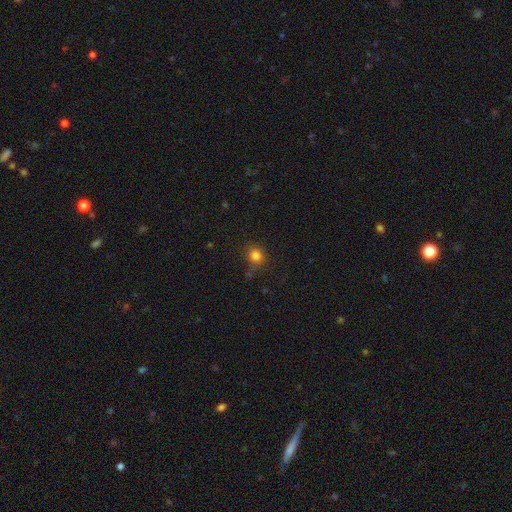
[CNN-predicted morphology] This appears to be a smooth galaxy with no disk features (81%) that is round (84%). Merging: none (75%).